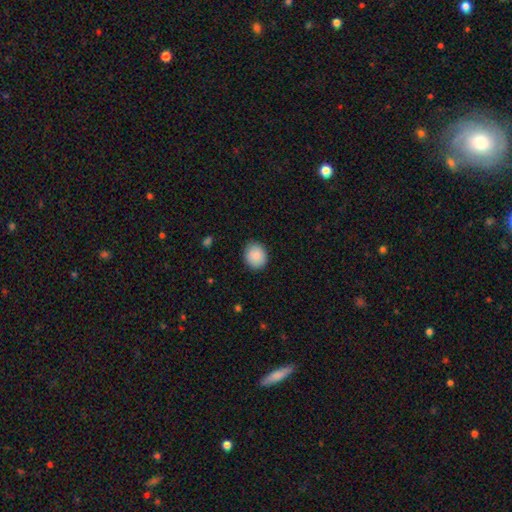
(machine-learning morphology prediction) Smooth or featured?
  - smooth: 87% *
  - star or artifact: 7%
  - featured or disk: 6%
How rounded?
  - round: 69% *
  - in between: 30%
  - cigar-shaped: 1%
Merging?
  - none: 86% *
  - minor disturbance: 11%
  - major disturbance: 2%
  - merger: 1%